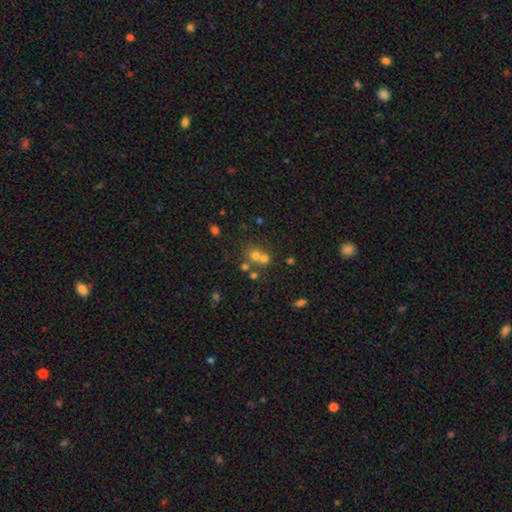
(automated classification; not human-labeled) smooth 62%, star or artifact 20%, featured or disk 18%. Down the decision tree: how rounded — round (81%); merging — merger (48%).